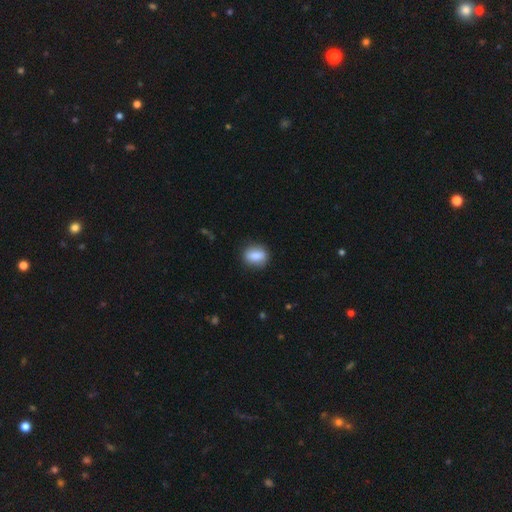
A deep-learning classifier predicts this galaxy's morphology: type=smooth (81%); roundness=in between (57%); merging=none (86%).